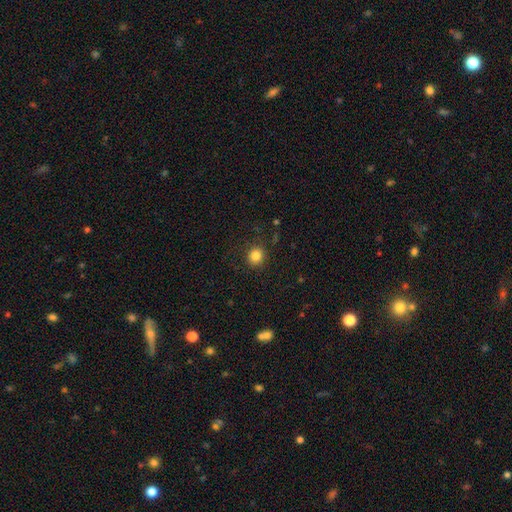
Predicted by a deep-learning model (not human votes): Smooth or featured? smooth (84%)
How rounded? round (87%)
Merging? none (87%)